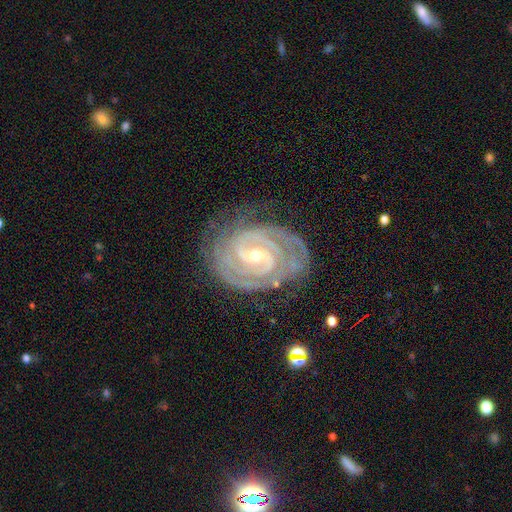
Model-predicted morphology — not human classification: Smooth or featured?
  - featured or disk: 92% *
  - star or artifact: 5%
  - smooth: 3%
Edge-on disk?
  - no: 97% *
  - yes: 3%
Bar?
  - weak: 46% *
  - strong: 30%
  - no: 24%
Spiral arms?
  - yes: 99% *
  - no: 1%
Spiral winding?
  - tight: 83% *
  - medium: 15%
  - loose: 2%
Spiral arm count?
  - 2: 43% *
  - 3: 20%
  - can't tell: 14%
  - 4: 11%
  - more than 4: 6%
  - 1: 5%
Bulge size?
  - small: 62% *
  - moderate: 36%
  - large: 1%
  - none: 1%
  - dominant: 1%
Merging?
  - none: 77% *
  - minor disturbance: 17%
  - major disturbance: 5%
  - merger: 1%